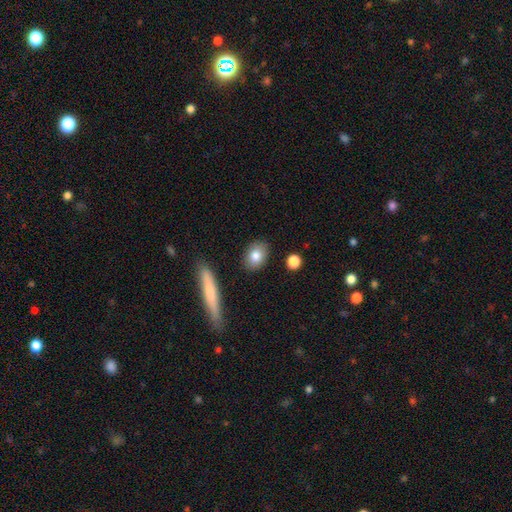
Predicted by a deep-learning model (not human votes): Q: Smooth or featured?
A: smooth (83%); runner-up: featured or disk (10%)
Q: How rounded?
A: in between (71%); runner-up: round (26%)
Q: Merging?
A: none (87%); runner-up: minor disturbance (9%)